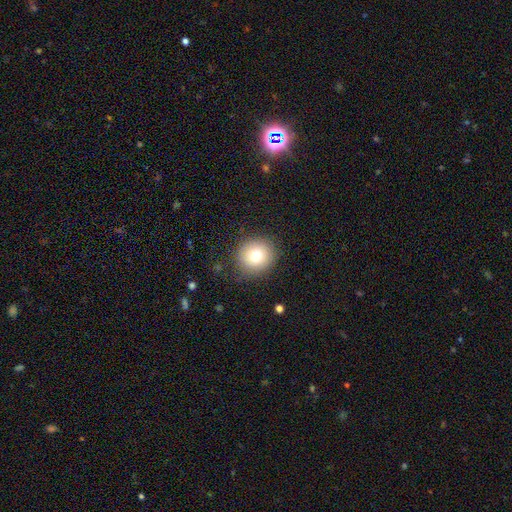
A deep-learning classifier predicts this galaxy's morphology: This is likely a smooth galaxy (76%). How rounded: clearly round (88%). Merging: clearly none (85%).